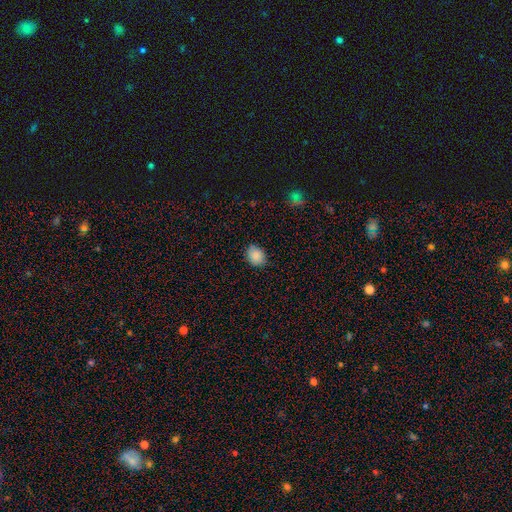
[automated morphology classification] smooth_or_featured: smooth (p=0.87) [alt: star or artifact p=0.08]
how_rounded: in between (p=0.50) [alt: round p=0.49]
merging: none (p=0.83) [alt: minor disturbance p=0.13]